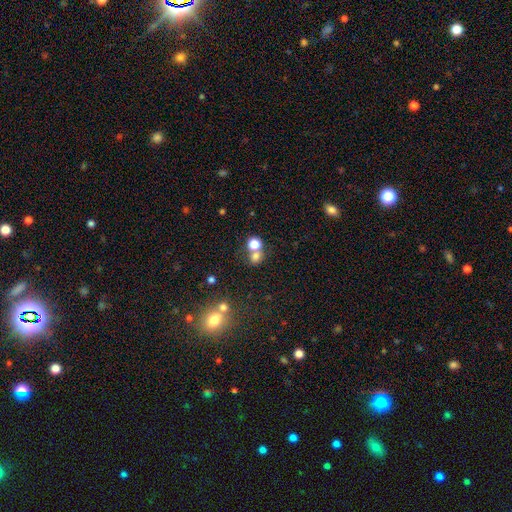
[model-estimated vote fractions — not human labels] A smooth galaxy with no disk features (71%) that is round (71%). Merging: none (46%).